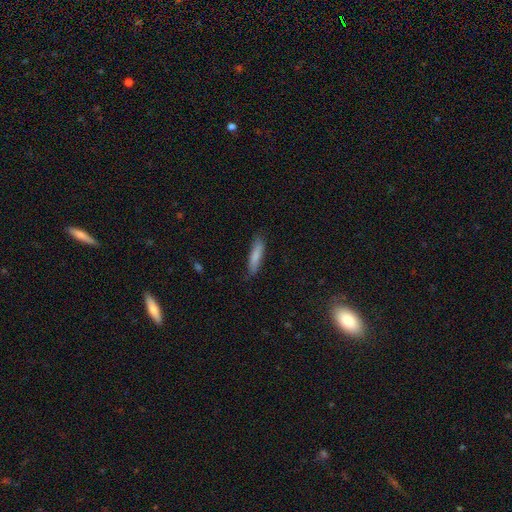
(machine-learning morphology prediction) The model was most divided on "how rounded": cigar-shaped: 79%, in between: 20%, round: 1%. More confident: smooth or featured — smooth (81%); merging — none (80%).